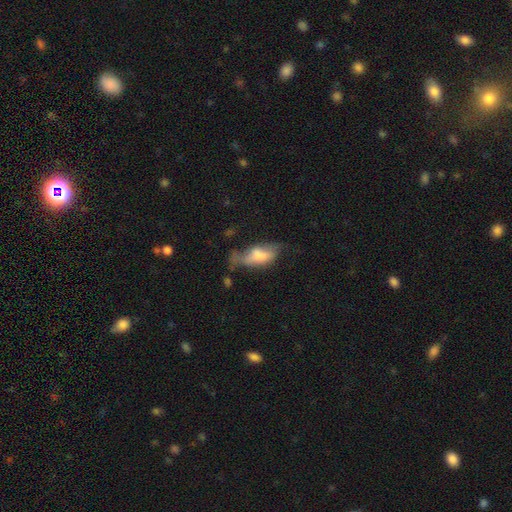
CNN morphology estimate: smooth-or-featured: smooth: 57% | featured or disk: 34% | star or artifact: 9%
  how-rounded: in between: 79% | cigar-shaped: 18% | round: 3%
  merging: minor disturbance: 32% | major disturbance: 31% | none: 30% | merger: 7%